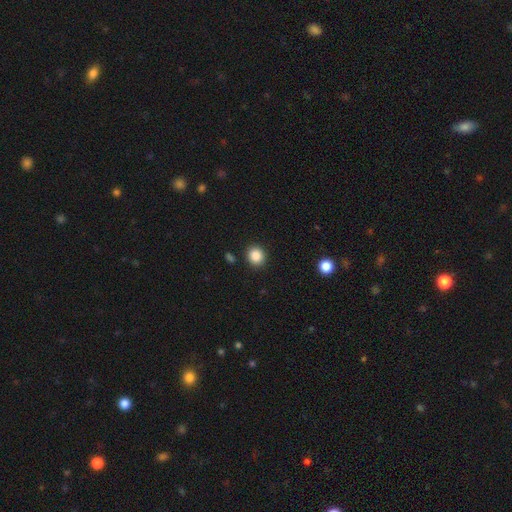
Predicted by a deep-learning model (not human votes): Smooth or featured?
  - smooth: 87% *
  - star or artifact: 10%
  - featured or disk: 4%
How rounded?
  - round: 85% *
  - in between: 14%
  - cigar-shaped: 1%
Merging?
  - none: 90% *
  - minor disturbance: 6%
  - major disturbance: 2%
  - merger: 2%